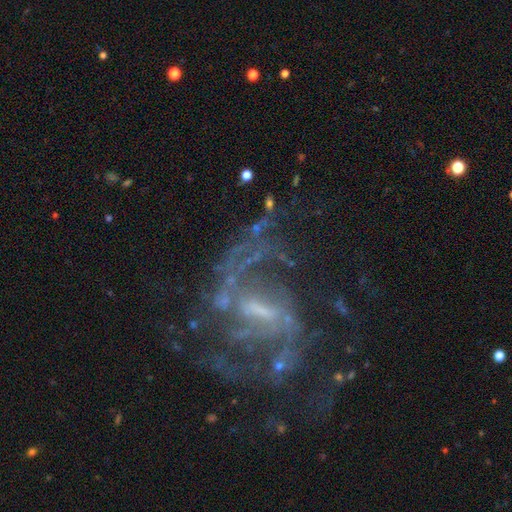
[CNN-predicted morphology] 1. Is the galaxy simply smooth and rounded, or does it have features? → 85% featured or disk, 10% star or artifact, 5% smooth.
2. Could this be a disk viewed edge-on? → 97% no, 3% yes.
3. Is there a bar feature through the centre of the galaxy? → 48% weak, 38% strong, 14% no.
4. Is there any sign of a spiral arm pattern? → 92% yes, 8% no.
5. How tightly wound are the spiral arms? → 47% medium, 36% loose, 18% tight.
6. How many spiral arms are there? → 55% 2, 18% can't tell, 10% 3, 6% 1, 6% 4, 5% more than 4.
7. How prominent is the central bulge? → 43% small, 27% moderate, 26% none, 3% large, 1% dominant.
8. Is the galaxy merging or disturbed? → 53% none, 26% major disturbance, 16% minor disturbance, 5% merger.